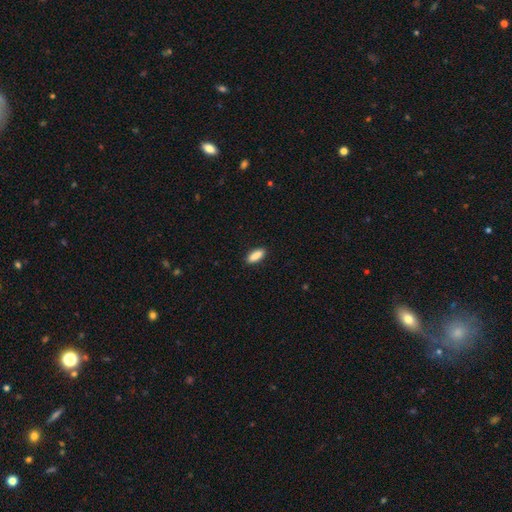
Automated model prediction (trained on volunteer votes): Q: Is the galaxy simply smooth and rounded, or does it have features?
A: smooth — 89%.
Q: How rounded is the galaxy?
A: in between — 72%.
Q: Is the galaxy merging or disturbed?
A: none — 90%.